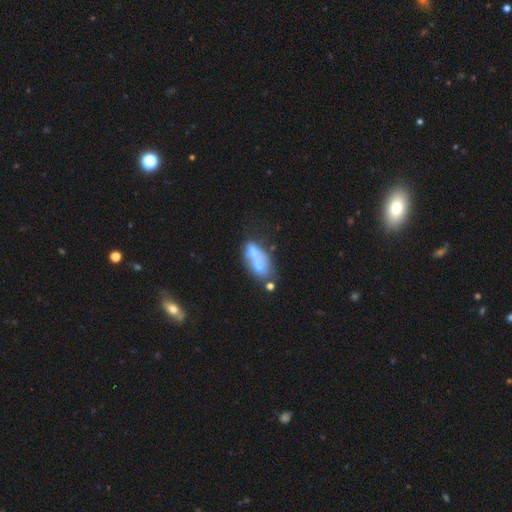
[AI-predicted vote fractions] Smooth or featured? smooth (46%)
Merging? merger (44%)